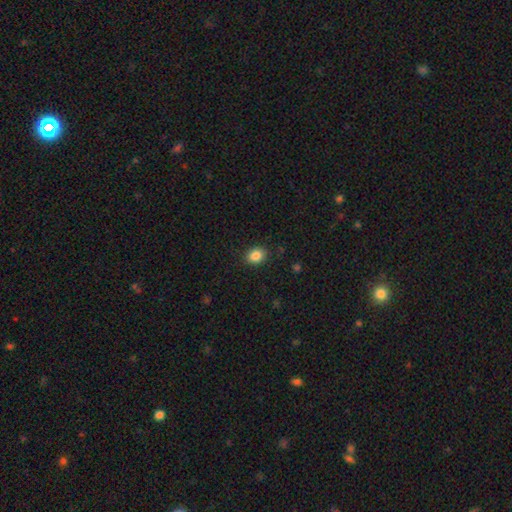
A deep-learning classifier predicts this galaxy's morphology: A smooth galaxy with no disk features (86%) that is in between round and cigar-shaped (53%). Merging: none (88%).